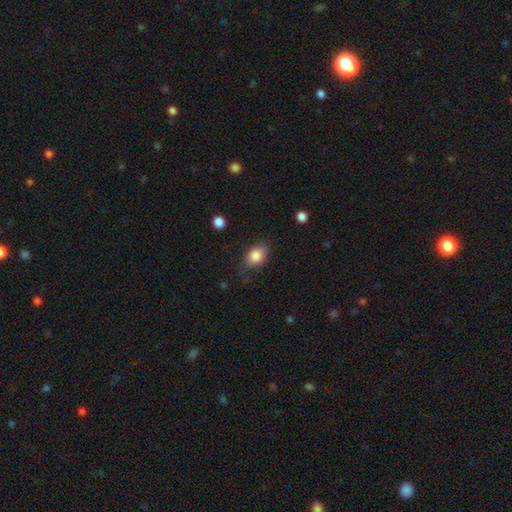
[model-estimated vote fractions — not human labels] A smooth galaxy with no disk features (84%) that is in between round and cigar-shaped (82%).

Vote fractions:
- Smooth or featured? smooth: 84% / featured or disk: 9% / star or artifact: 7%
- How rounded? in between: 82% / round: 17% / cigar-shaped: 2%
- Merging? none: 69% / minor disturbance: 22% / major disturbance: 7% / merger: 1%